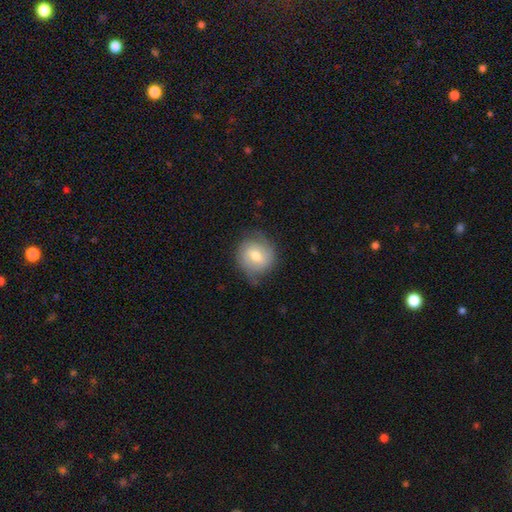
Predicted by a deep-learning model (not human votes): Smooth or featured?
  - smooth: 55% *
  - featured or disk: 38%
  - star or artifact: 7%
How rounded?
  - round: 81% *
  - in between: 18%
  - cigar-shaped: 1%
Merging?
  - none: 67% *
  - minor disturbance: 24%
  - major disturbance: 8%
  - merger: 1%